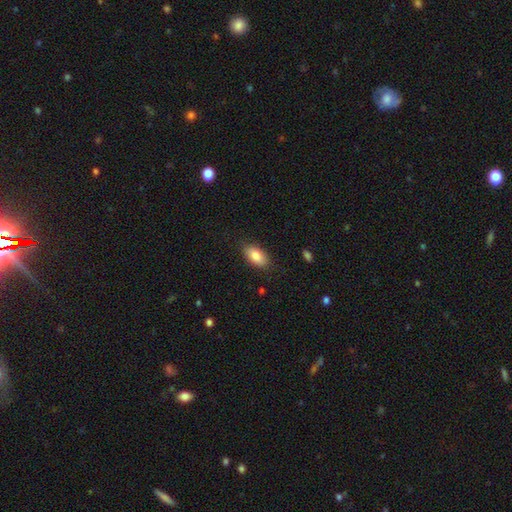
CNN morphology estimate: The model was most divided on "merging": none: 84%, minor disturbance: 13%, major disturbance: 3%, merger: 1%. More confident: how rounded — in between (92%); smooth or featured — smooth (84%).